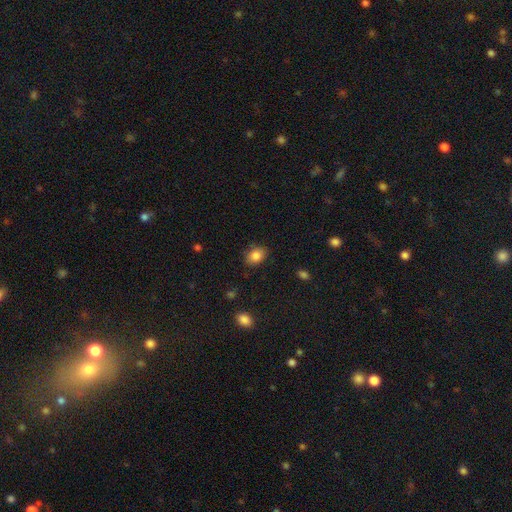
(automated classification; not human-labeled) Morphology: type=smooth (85%); roundness=in between (70%); merging=none (84%).